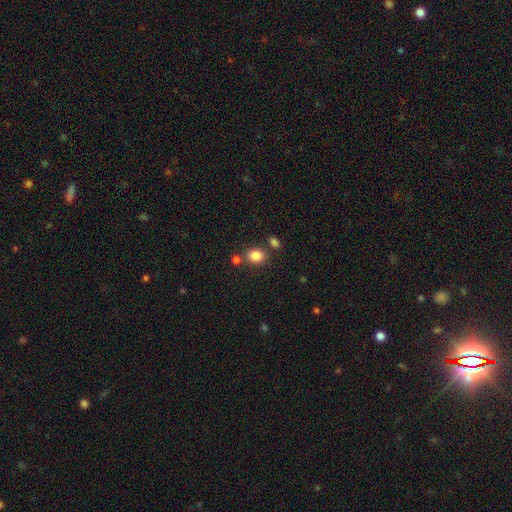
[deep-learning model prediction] Morphology: type=smooth (84%); roundness=round (54%); merging=none (72%).